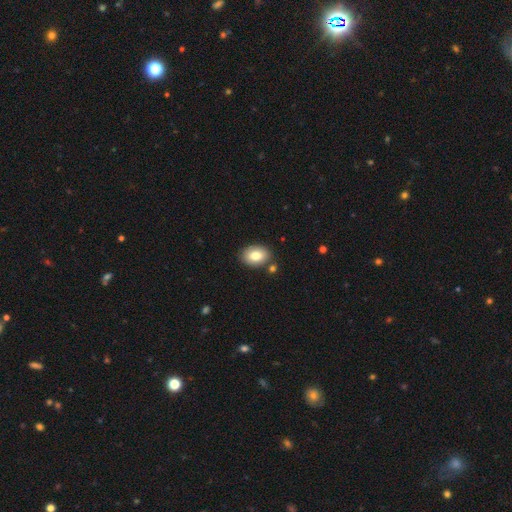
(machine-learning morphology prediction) smooth_or_featured: smooth (p=0.81) [alt: featured or disk p=0.11]
how_rounded: in between (p=0.82) [alt: round p=0.17]
merging: none (p=0.82) [alt: minor disturbance p=0.10]